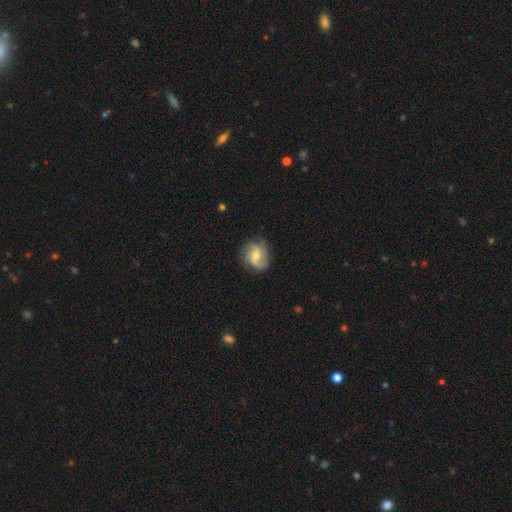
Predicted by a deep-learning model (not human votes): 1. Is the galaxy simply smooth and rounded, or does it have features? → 75% featured or disk, 19% smooth, 7% star or artifact.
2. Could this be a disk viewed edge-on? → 98% no, 2% yes.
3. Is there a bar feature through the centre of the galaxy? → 49% no, 41% weak, 10% strong.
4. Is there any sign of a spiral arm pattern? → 95% yes, 5% no.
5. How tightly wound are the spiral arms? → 45% medium, 29% loose, 25% tight.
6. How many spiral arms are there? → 37% 3, 35% 2, 14% can't tell, 6% 4, 5% 1, 4% more than 4.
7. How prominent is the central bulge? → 56% moderate, 39% small, 2% large, 2% none, 1% dominant.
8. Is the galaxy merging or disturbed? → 74% none, 18% minor disturbance, 7% major disturbance, 1% merger.